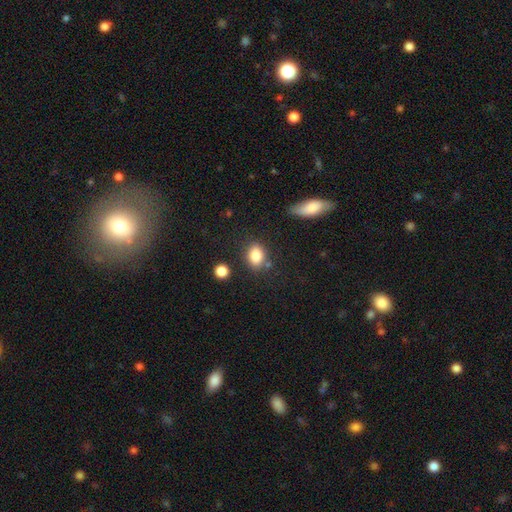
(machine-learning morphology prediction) This appears to be a smooth galaxy with no disk features (84%) that is in between round and cigar-shaped (72%). Merging: none (76%).